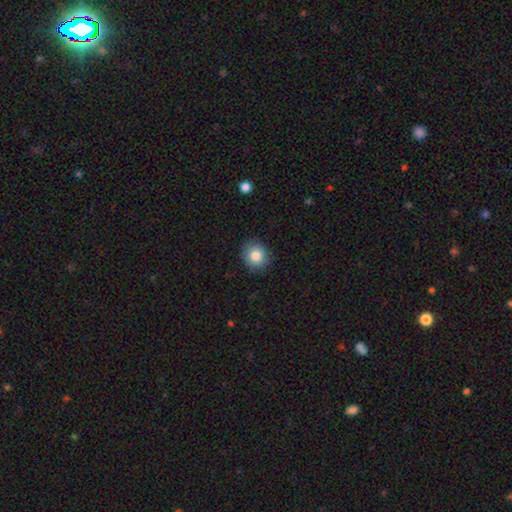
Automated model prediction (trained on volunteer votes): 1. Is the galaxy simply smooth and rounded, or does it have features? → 84% smooth, 9% star or artifact, 7% featured or disk.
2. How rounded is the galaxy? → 83% round, 16% in between, 1% cigar-shaped.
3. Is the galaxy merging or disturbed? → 89% none, 8% minor disturbance, 2% major disturbance, 1% merger.